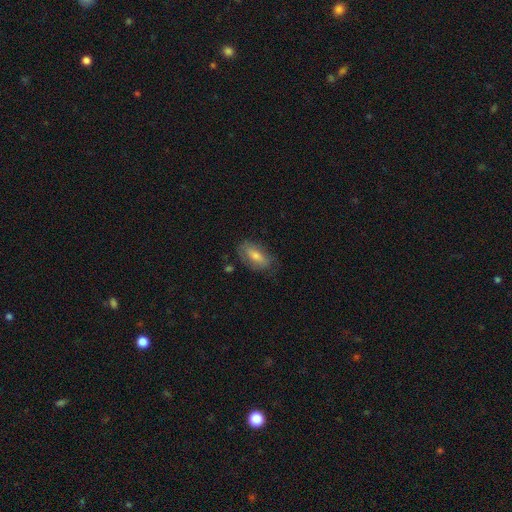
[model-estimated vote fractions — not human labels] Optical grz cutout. It shows a smooth galaxy with no disk features (55%) that is in between round and cigar-shaped (83%). Merging: none (73%).